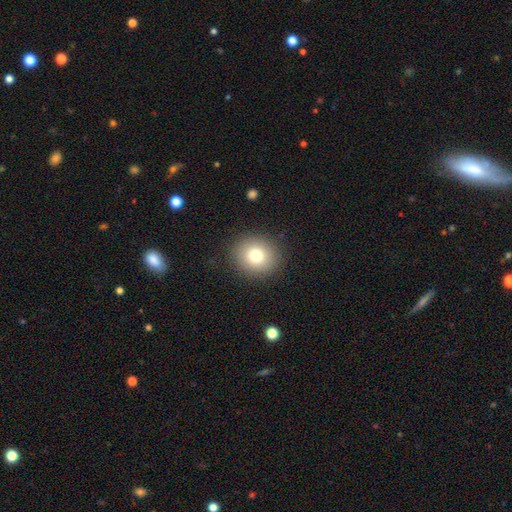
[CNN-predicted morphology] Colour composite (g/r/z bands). It shows a smooth galaxy with no disk features (78%) that is round (84%). Merging: none (89%).